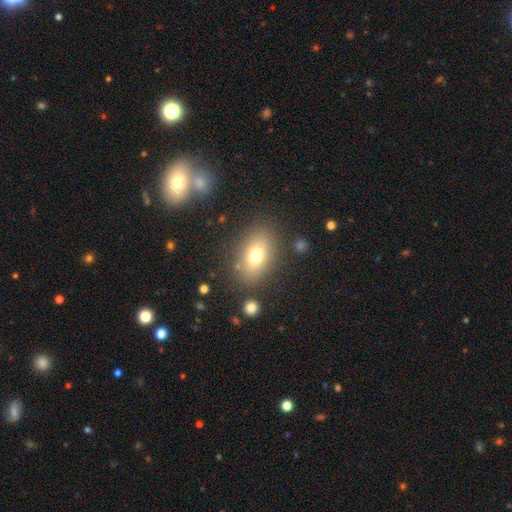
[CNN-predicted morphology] This is likely a smooth galaxy (72%). How rounded: clearly in between (82%). Merging: clearly none (80%).